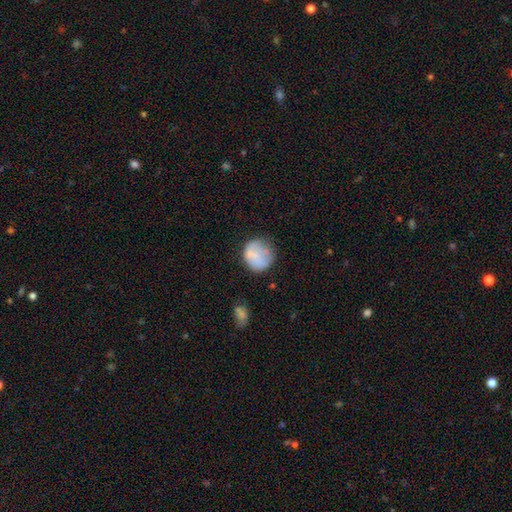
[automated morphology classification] Smooth or featured? Predicted: smooth (p=0.72). How rounded? Predicted: round (p=0.85). Merging? Predicted: none (p=0.57).